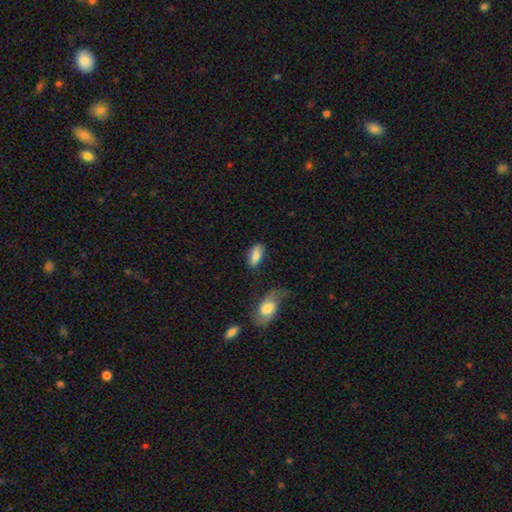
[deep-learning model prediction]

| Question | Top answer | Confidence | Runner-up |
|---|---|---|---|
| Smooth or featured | smooth | 79% | featured or disk (14%) |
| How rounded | in between | 85% | cigar-shaped (12%) |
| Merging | none | 71% | minor disturbance (19%) |